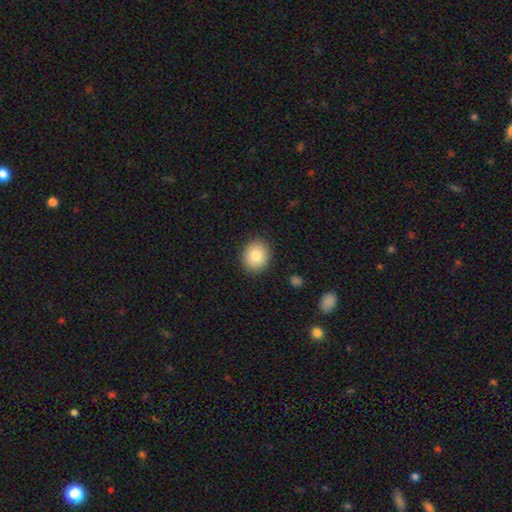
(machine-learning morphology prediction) A smooth galaxy with no disk features (83%) that is round (74%).

Vote fractions:
- Smooth or featured? smooth: 83% / star or artifact: 9% / featured or disk: 8%
- How rounded? round: 74% / in between: 25% / cigar-shaped: 1%
- Merging? none: 89% / minor disturbance: 7% / major disturbance: 2% / merger: 1%